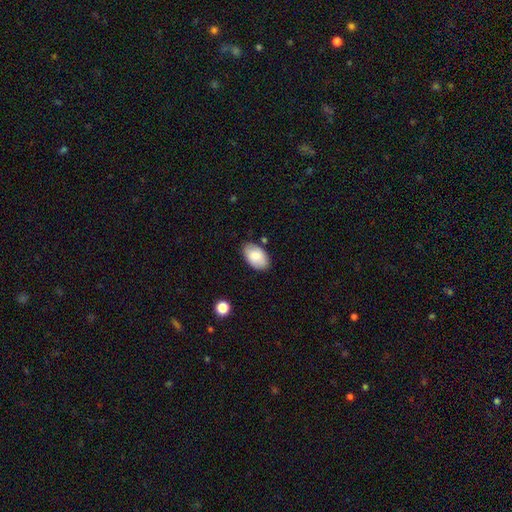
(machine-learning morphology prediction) Overall: smooth (82%). How rounded: in between (93%). Merging: none (80%).